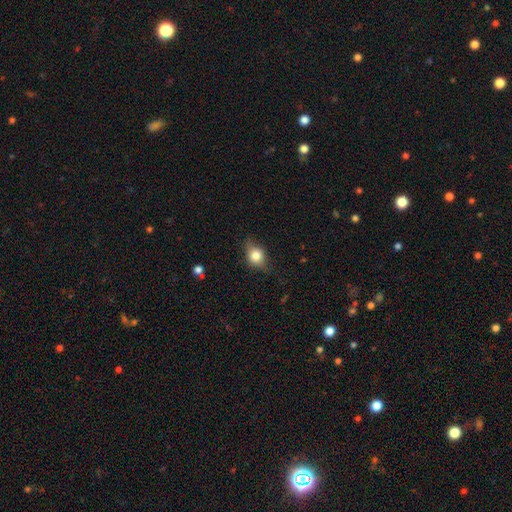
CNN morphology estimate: Smooth or featured?
  - smooth: 71% *
  - featured or disk: 20%
  - star or artifact: 9%
How rounded?
  - in between: 50% *
  - round: 47%
  - cigar-shaped: 3%
Merging?
  - none: 68% *
  - minor disturbance: 24%
  - major disturbance: 7%
  - merger: 1%